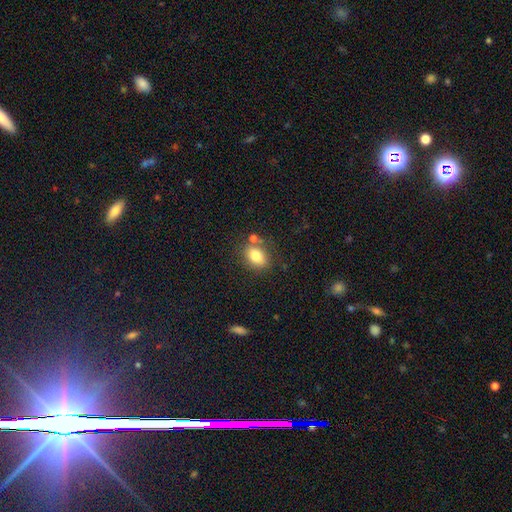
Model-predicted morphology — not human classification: This is clearly a smooth galaxy (80%). How rounded: likely in between (79%). Merging: likely none (70%).